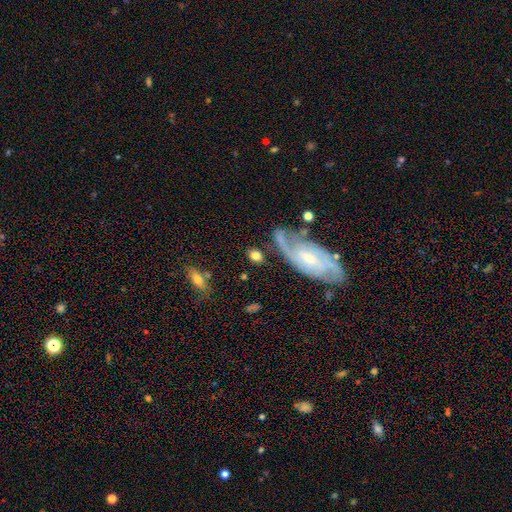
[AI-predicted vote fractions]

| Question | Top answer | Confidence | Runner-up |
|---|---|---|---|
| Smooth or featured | smooth | 67% | featured or disk (24%) |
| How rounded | in between | 57% | round (38%) |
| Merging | none | 65% | minor disturbance (15%) |